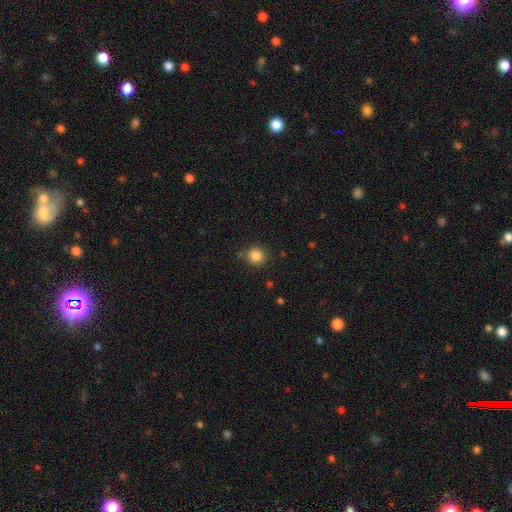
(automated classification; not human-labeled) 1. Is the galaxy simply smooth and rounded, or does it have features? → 86% smooth, 11% star or artifact, 4% featured or disk.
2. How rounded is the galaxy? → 91% round, 8% in between, 1% cigar-shaped.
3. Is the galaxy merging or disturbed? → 85% none, 9% minor disturbance, 3% major disturbance, 3% merger.